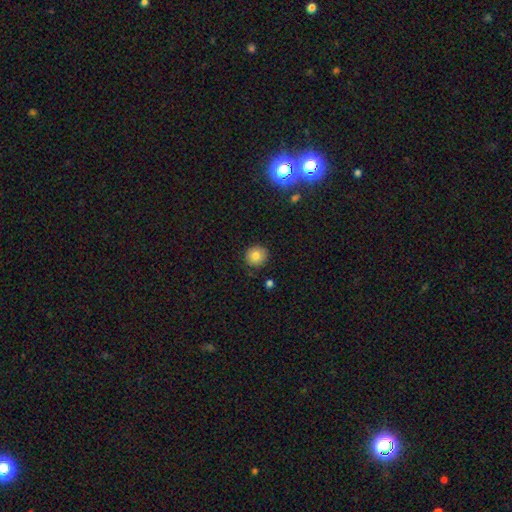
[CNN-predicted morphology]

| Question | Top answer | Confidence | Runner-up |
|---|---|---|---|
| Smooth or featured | smooth | 81% | star or artifact (10%) |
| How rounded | round | 92% | in between (7%) |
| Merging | none | 88% | minor disturbance (9%) |